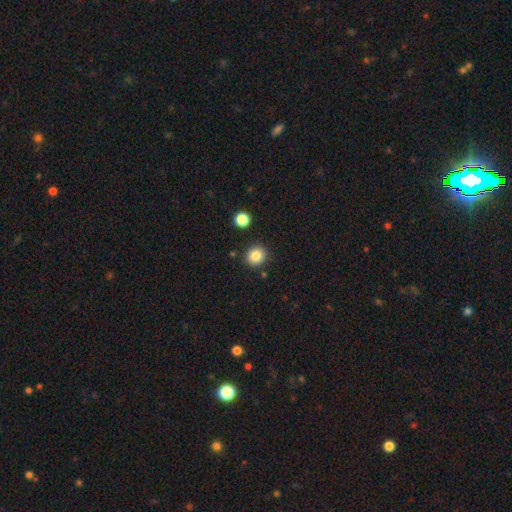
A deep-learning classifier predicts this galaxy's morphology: Overall: smooth (85%). How rounded: round (86%). Merging: none (88%).